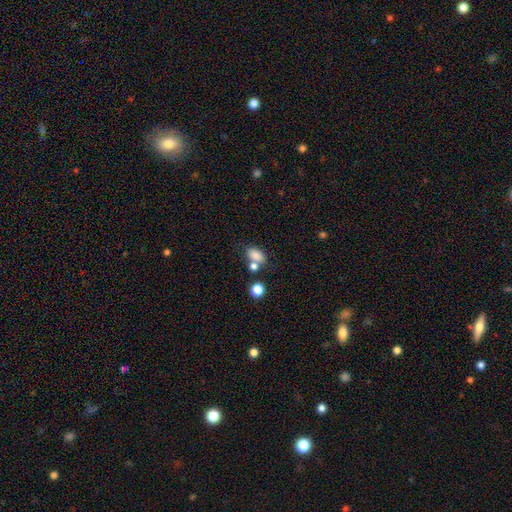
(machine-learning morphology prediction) A smooth galaxy with no disk features (81%) that is in between round and cigar-shaped (83%). Merging: none (49%).